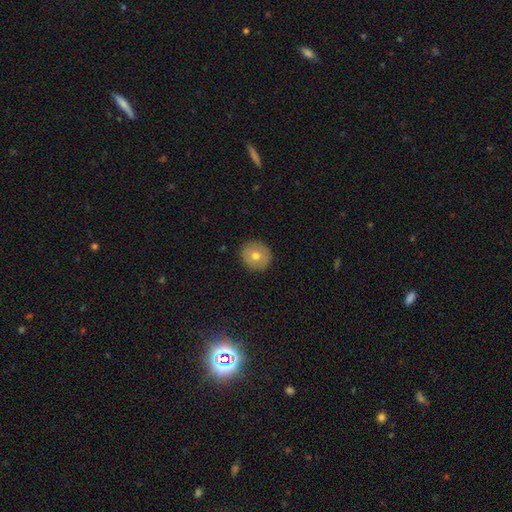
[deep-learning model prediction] This appears to be a smooth galaxy with no disk features (68%) that is round (93%). Merging: none (91%).